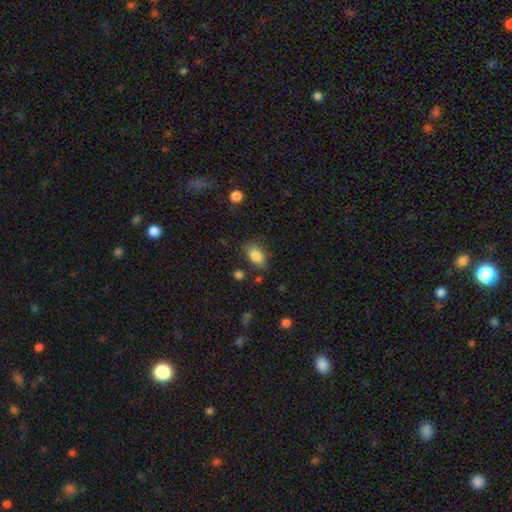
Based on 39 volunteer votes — smooth 92%, star or artifact 5%, featured or disk 3%. Down the decision tree: how rounded — in between (92%); merging — none (54%).